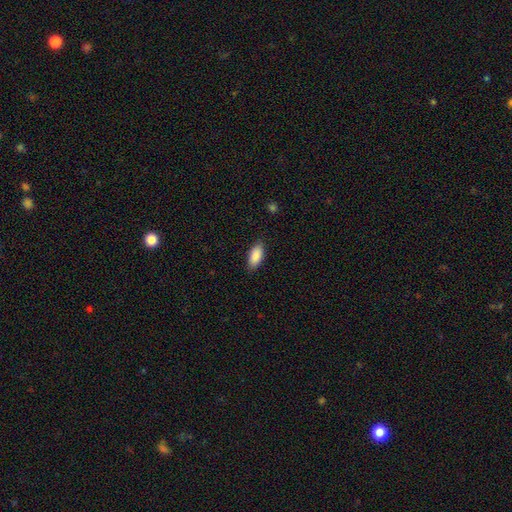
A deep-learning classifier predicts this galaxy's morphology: Q: Smooth or featured?
A: smooth (89%); runner-up: star or artifact (6%)
Q: How rounded?
A: in between (90%); runner-up: cigar-shaped (8%)
Q: Merging?
A: none (86%); runner-up: minor disturbance (11%)